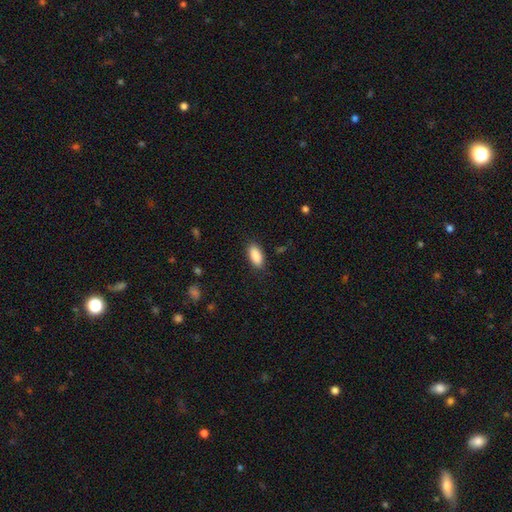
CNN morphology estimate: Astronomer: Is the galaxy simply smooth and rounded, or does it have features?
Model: smooth — 90%.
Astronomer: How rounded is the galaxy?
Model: in between — 88%.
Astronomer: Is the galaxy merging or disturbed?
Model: none — 86%.